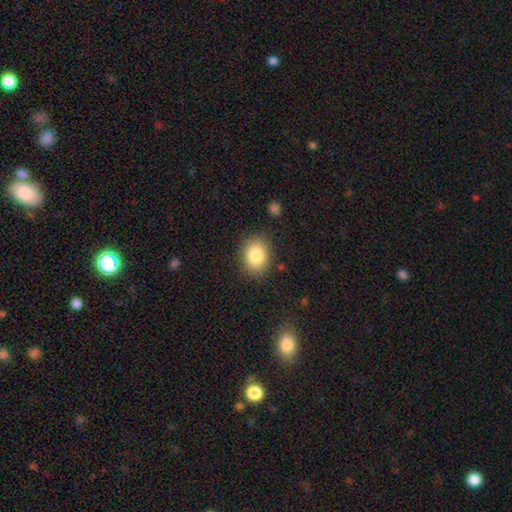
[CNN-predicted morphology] smooth 84%, star or artifact 9%, featured or disk 8%. Down the decision tree: how rounded — in between (59%); merging — none (85%).